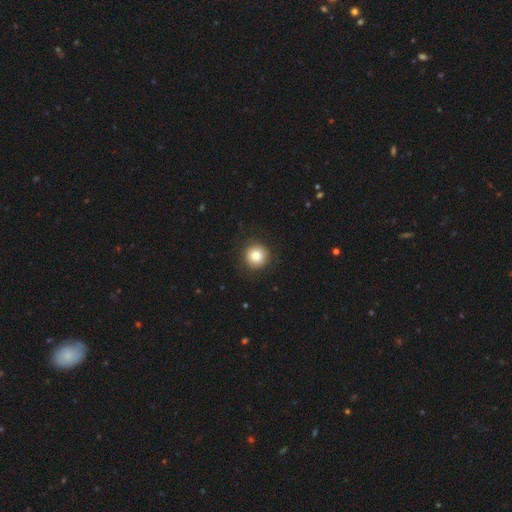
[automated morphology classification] A smooth galaxy with no disk features (82%) that is round (95%).

Vote fractions:
- Smooth or featured? smooth: 82% / star or artifact: 10% / featured or disk: 8%
- How rounded? round: 95% / in between: 4% / cigar-shaped: 1%
- Merging? none: 90% / minor disturbance: 7% / major disturbance: 2% / merger: 1%